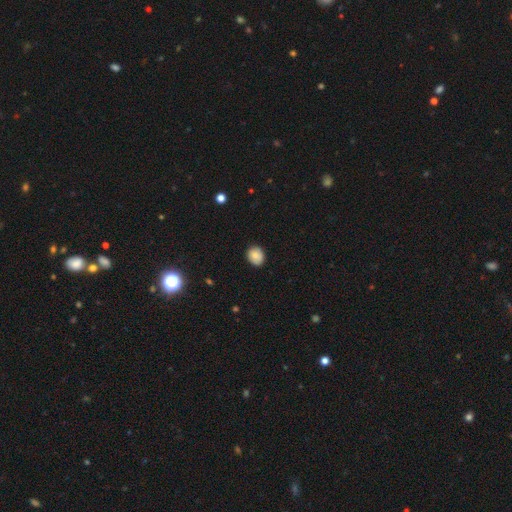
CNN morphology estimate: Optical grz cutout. It shows a smooth galaxy with no disk features (85%) that is round (65%). Merging: none (87%).